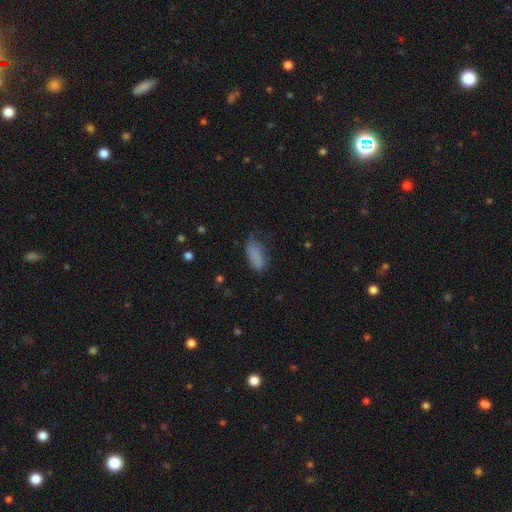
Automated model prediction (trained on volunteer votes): smooth 82%, star or artifact 10%, featured or disk 9%. Down the decision tree: how rounded — in between (82%); merging — none (53%).